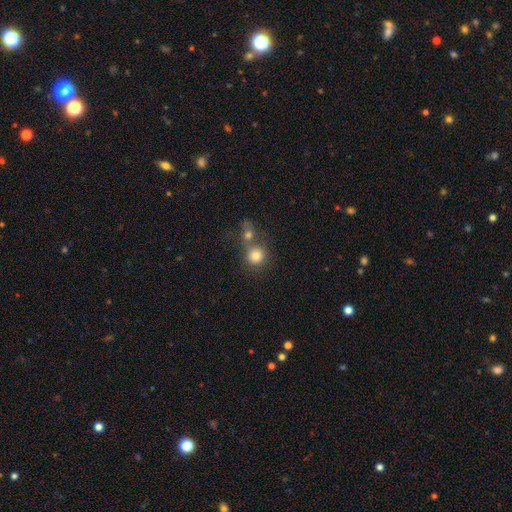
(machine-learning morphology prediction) smooth 80%, star or artifact 11%, featured or disk 9%. Down the decision tree: how rounded — round (88%); merging — none (48%).